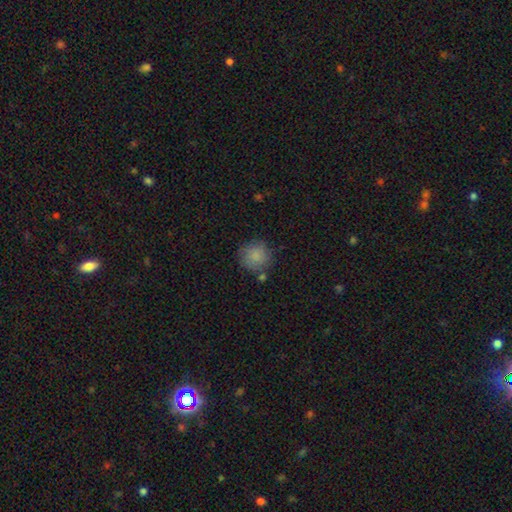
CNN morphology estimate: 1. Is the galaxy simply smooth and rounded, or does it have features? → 85% smooth, 8% star or artifact, 7% featured or disk.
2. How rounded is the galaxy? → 93% round, 6% in between, 1% cigar-shaped.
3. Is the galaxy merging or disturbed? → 76% none, 14% minor disturbance, 6% merger, 4% major disturbance.